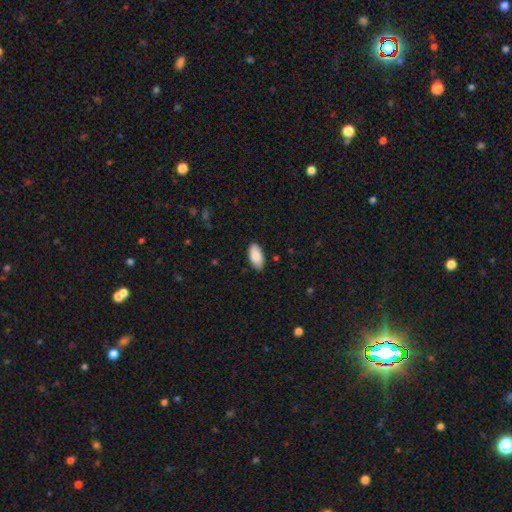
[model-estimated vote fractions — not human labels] Smooth or featured? Predicted: smooth (p=0.88). How rounded? Predicted: in between (p=0.93). Merging? Predicted: none (p=0.85).